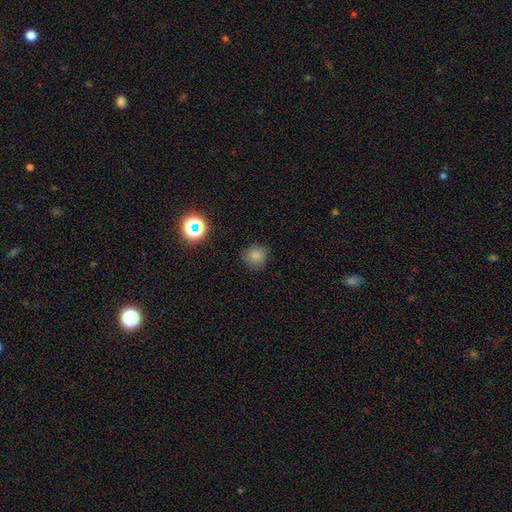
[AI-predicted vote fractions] The model was most divided on "smooth or featured": smooth: 79%, star or artifact: 16%, featured or disk: 6%. More confident: how rounded — round (90%); merging — none (82%).